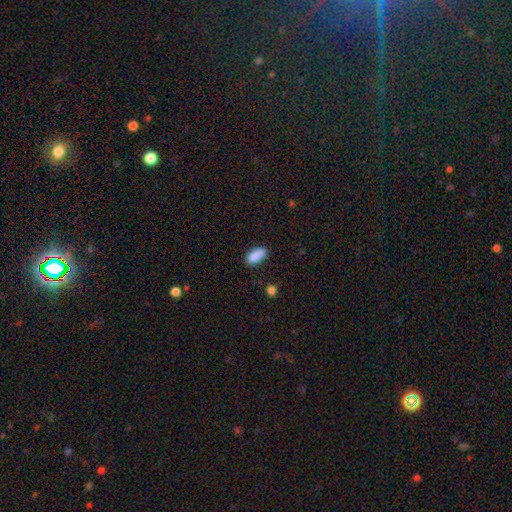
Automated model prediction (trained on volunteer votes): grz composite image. It shows a smooth galaxy with no disk features (89%) that is in between round and cigar-shaped (88%). Merging: none (83%).